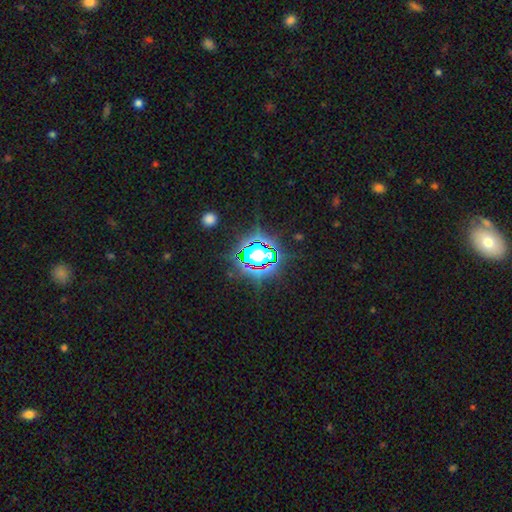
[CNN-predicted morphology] A star or artifact, not a galaxy (72%).